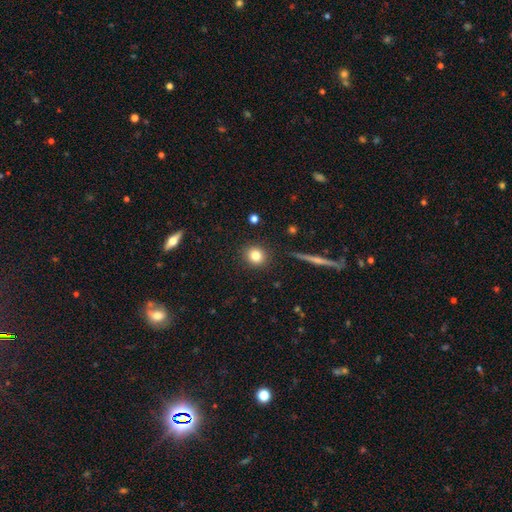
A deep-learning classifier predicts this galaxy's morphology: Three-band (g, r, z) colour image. It shows a smooth galaxy with no disk features (81%) that is round (86%). Merging: none (90%).